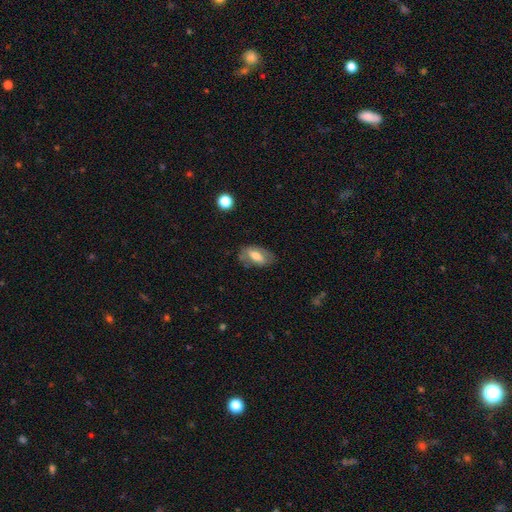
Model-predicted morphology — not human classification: Q: Smooth or featured?
A: smooth (58%); runner-up: featured or disk (35%)
Q: How rounded?
A: in between (89%); runner-up: cigar-shaped (6%)
Q: Merging?
A: none (72%); runner-up: minor disturbance (20%)